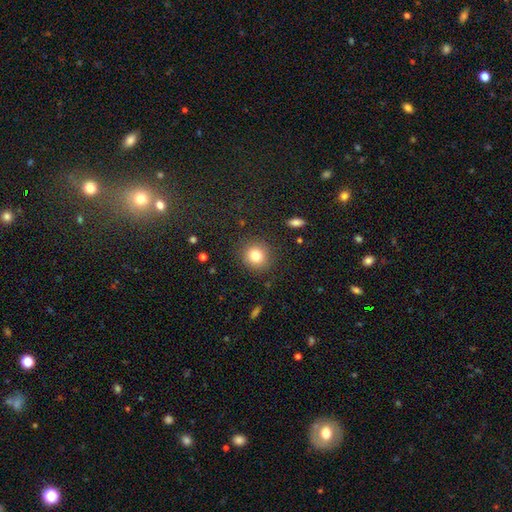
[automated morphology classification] This appears to be a smooth galaxy with no disk features (81%) that is round (88%). Merging: none (89%).